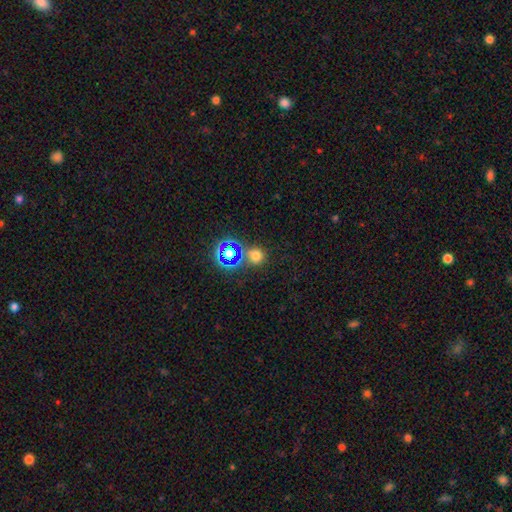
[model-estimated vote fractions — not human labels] smooth 64%, star or artifact 29%, featured or disk 7%. Down the decision tree: how rounded — round (87%); merging — none (68%).